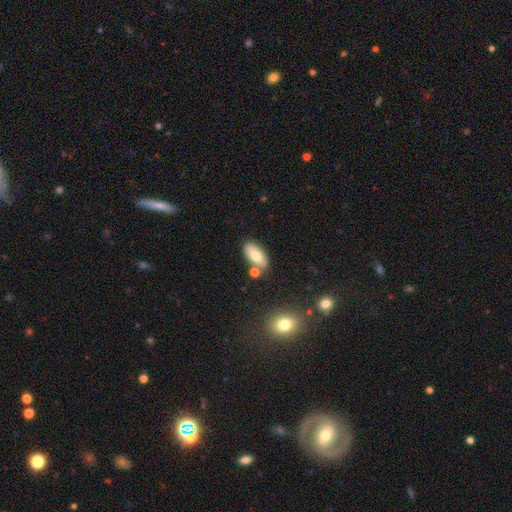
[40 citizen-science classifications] Overall: smooth (78%). How rounded: in between (94%). Merging: none (69%).